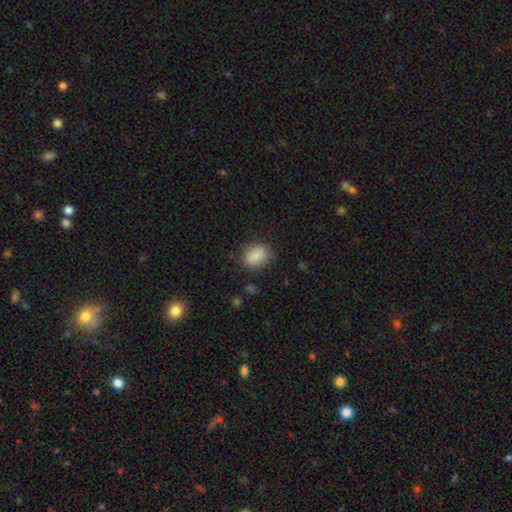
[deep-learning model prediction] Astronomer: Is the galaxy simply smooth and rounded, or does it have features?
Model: smooth — 87%.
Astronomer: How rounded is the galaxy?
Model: in between — 57% (runner-up: round, 42%).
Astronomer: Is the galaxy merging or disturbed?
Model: none — 80%.